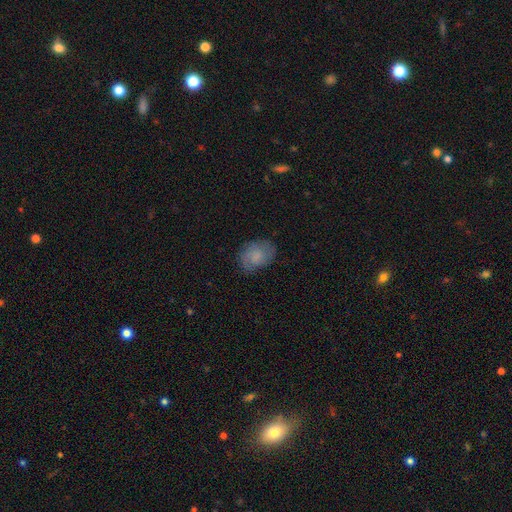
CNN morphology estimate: Smooth or featured? Predicted: smooth (p=0.67). How rounded? Predicted: in between (p=0.73). Merging? Predicted: none (p=0.71).